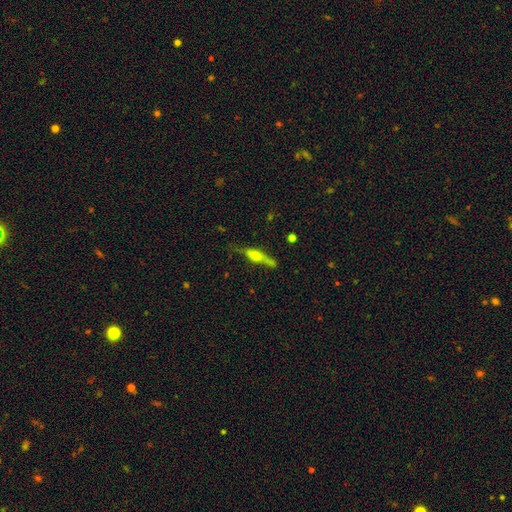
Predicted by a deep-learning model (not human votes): Morphology: type=featured or disk (62%); edge-on=yes (93%); edge-on bulge=rounded (91%); merging=none (67%).